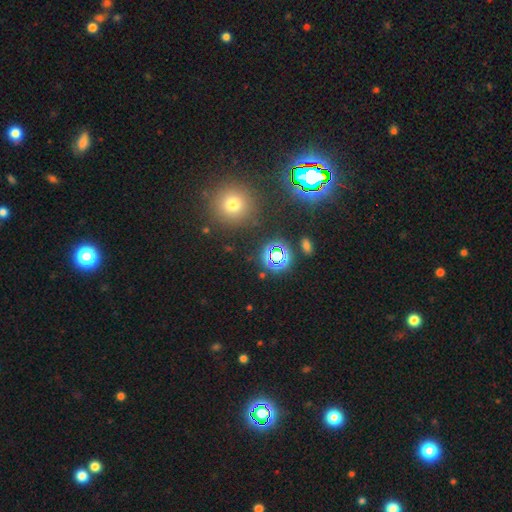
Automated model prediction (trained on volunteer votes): smooth-or-featured: star or artifact: 60% | smooth: 33% | featured or disk: 7%